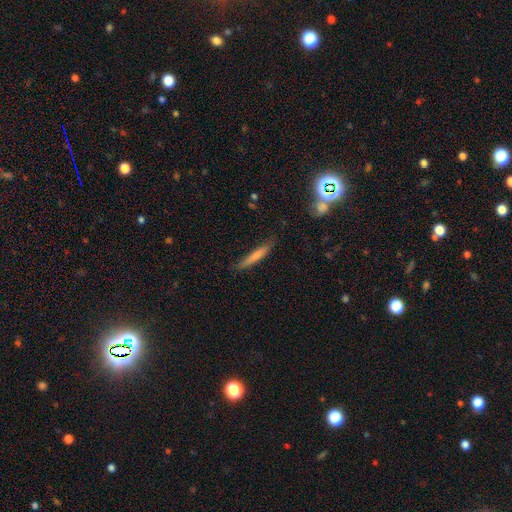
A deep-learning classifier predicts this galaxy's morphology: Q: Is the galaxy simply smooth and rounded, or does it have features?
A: smooth — 66%.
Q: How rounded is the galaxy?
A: cigar-shaped — 93%.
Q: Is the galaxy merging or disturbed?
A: none — 80%.